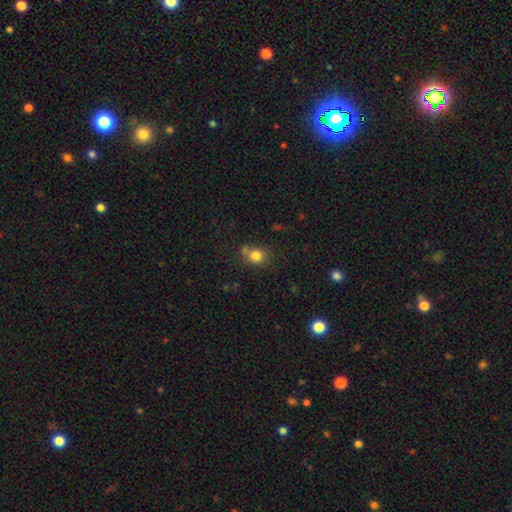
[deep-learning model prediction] Smooth or featured? smooth (81%)
How rounded? round (65%)
Merging? none (64%)